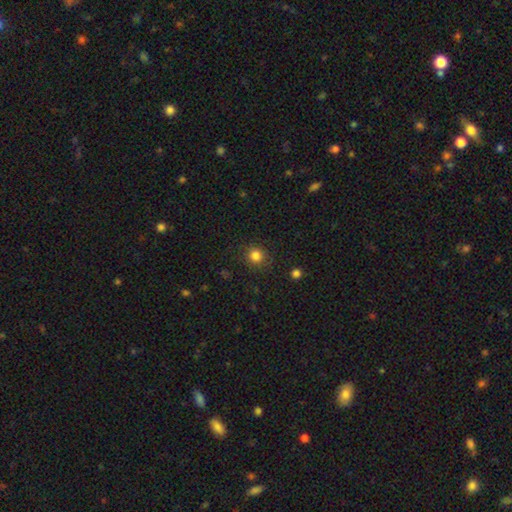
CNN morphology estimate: Smooth or featured?
  - smooth: 83% *
  - star or artifact: 12%
  - featured or disk: 5%
How rounded?
  - round: 90% *
  - in between: 9%
  - cigar-shaped: 1%
Merging?
  - none: 88% *
  - minor disturbance: 8%
  - major disturbance: 3%
  - merger: 1%